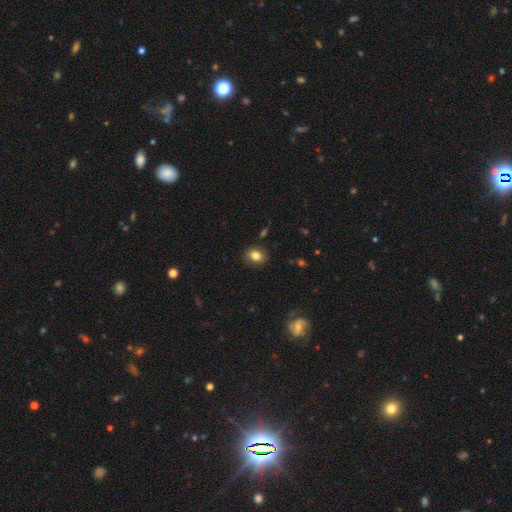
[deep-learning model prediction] This is clearly a smooth galaxy (81%). How rounded: possibly round (57%). Merging: clearly none (86%).